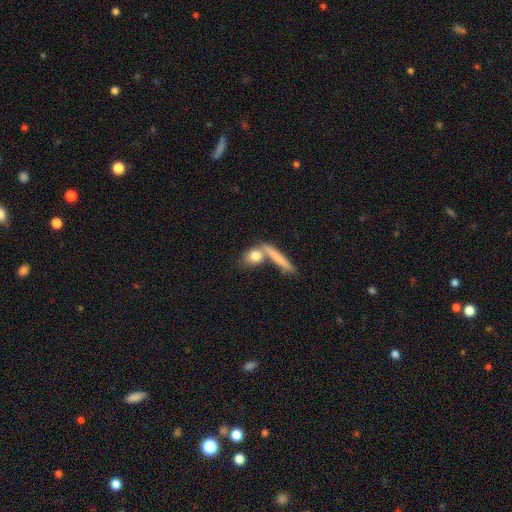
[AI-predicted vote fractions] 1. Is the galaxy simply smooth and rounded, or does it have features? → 77% smooth, 15% featured or disk, 8% star or artifact.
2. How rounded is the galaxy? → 40% round, 34% in between, 26% cigar-shaped.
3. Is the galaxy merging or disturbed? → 53% none, 29% merger, 11% minor disturbance, 6% major disturbance.